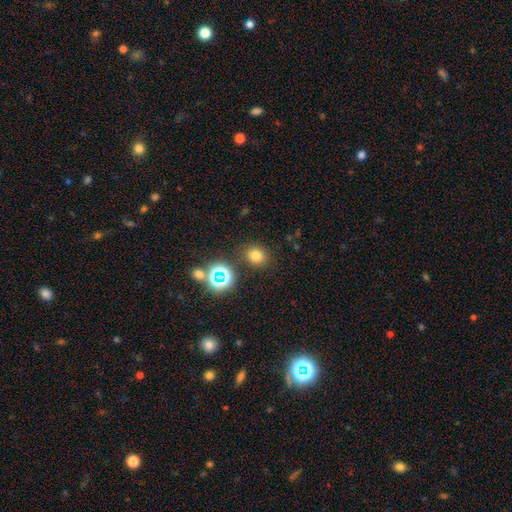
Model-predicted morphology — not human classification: Overall: smooth (71%). How rounded: round (71%). Merging: none (83%).